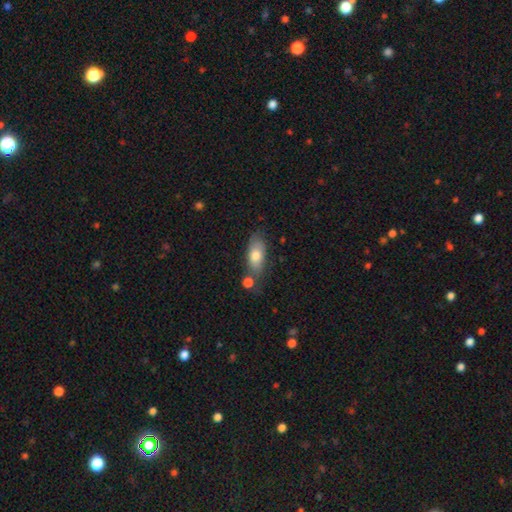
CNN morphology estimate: smooth_or_featured: smooth (p=0.74) [alt: featured or disk p=0.20]
how_rounded: in between (p=0.82) [alt: cigar-shaped p=0.13]
merging: none (p=0.59) [alt: minor disturbance p=0.20]